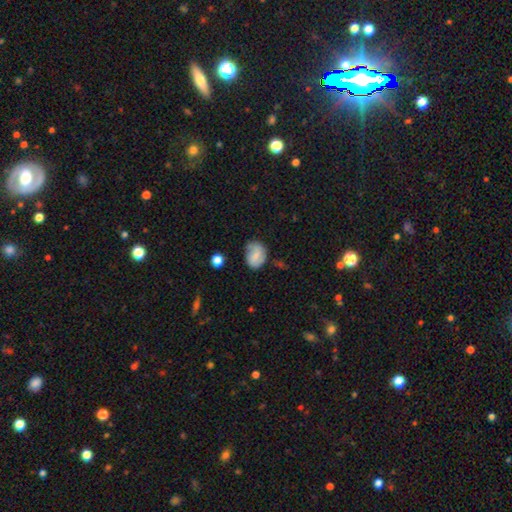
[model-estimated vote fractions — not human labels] This is likely a smooth galaxy (61%). How rounded: likely in between (61%). Merging: likely none (62%).